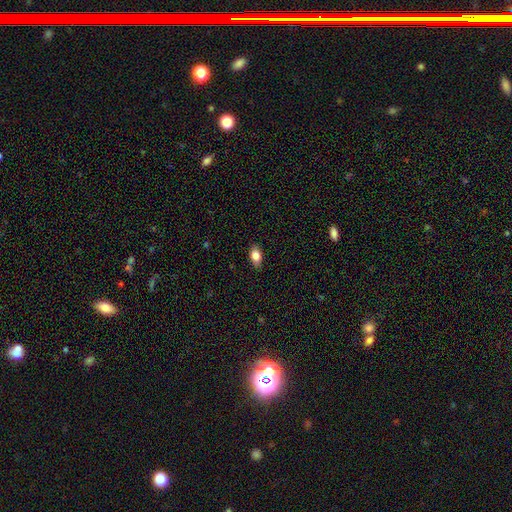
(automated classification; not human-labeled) smooth-or-featured: smooth: 83% | featured or disk: 9% | star or artifact: 8%
  how-rounded: in between: 88% | round: 8% | cigar-shaped: 4%
  merging: none: 86% | minor disturbance: 11% | major disturbance: 2% | merger: 1%